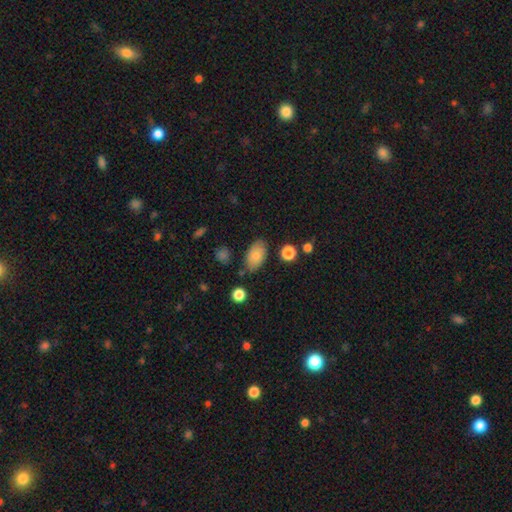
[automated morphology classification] smooth-or-featured: smooth: 79% | featured or disk: 13% | star or artifact: 8%
  how-rounded: in between: 92% | round: 7% | cigar-shaped: 2%
  merging: none: 77% | minor disturbance: 16% | major disturbance: 4% | merger: 3%